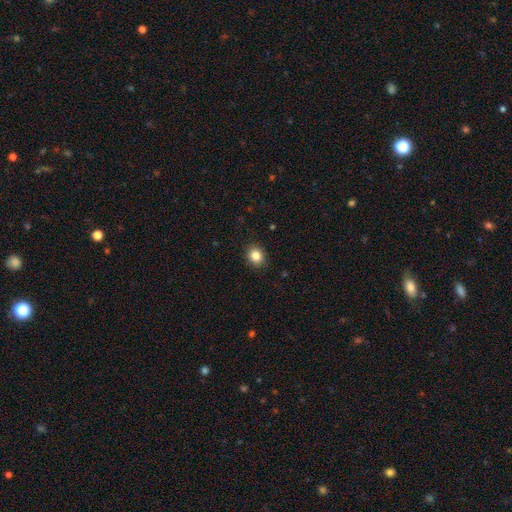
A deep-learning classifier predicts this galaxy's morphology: Smooth or featured: smooth — 85% (star or artifact — 10%)
How rounded: round — 73% (in between — 26%)
Merging: none — 90% (minor disturbance — 7%)